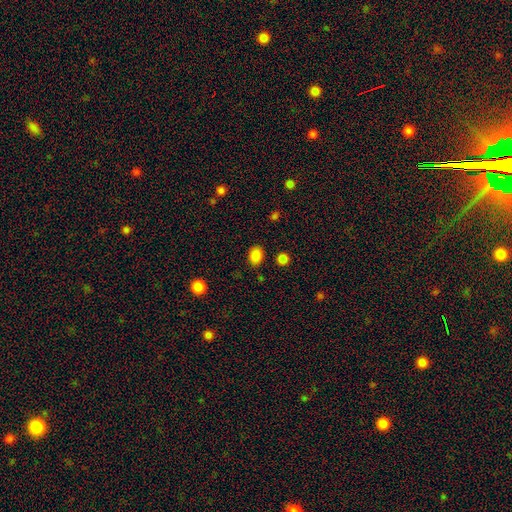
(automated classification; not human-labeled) Smooth or featured? smooth (85%)
How rounded? in between (62%)
Merging? none (85%)